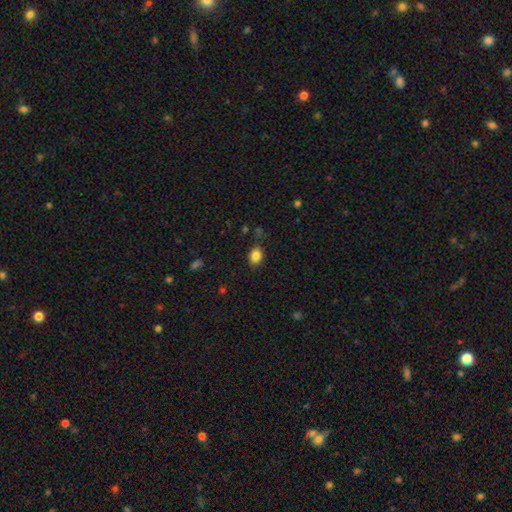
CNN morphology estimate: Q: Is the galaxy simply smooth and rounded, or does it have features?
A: smooth — 85%.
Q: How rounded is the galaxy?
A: in between — 62%.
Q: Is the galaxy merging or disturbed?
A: none — 84%.